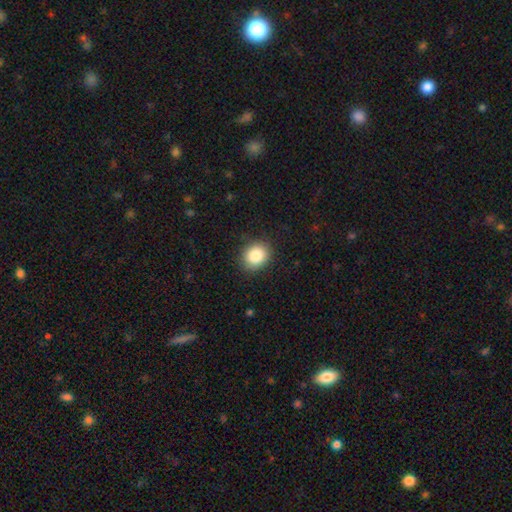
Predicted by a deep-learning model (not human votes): smooth 85%, star or artifact 9%, featured or disk 6%. Down the decision tree: how rounded — round (67%); merging — none (87%).